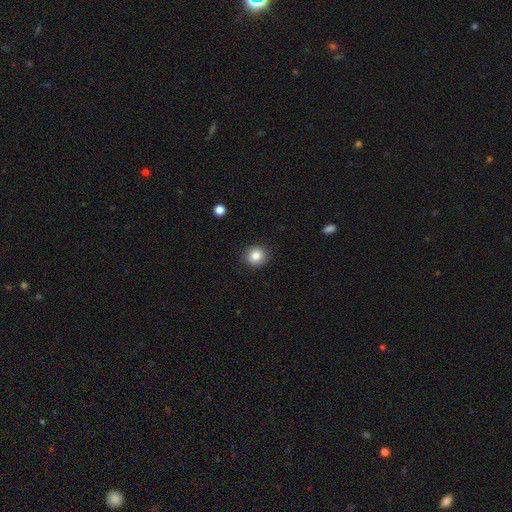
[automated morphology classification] This is clearly a smooth galaxy (85%). How rounded: clearly round (83%). Merging: clearly none (89%).